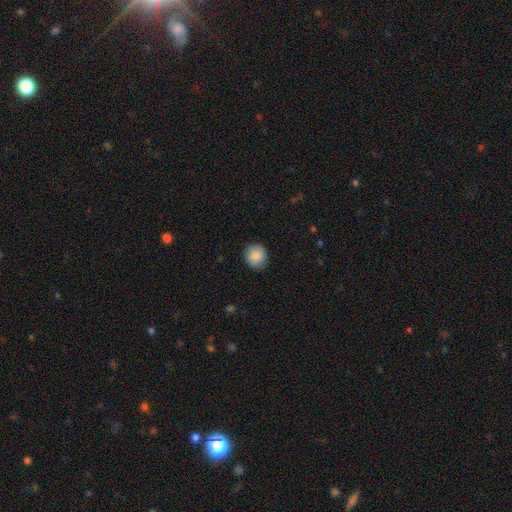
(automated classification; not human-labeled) A smooth galaxy with no disk features (87%) that is round (91%). Merging: none (89%).